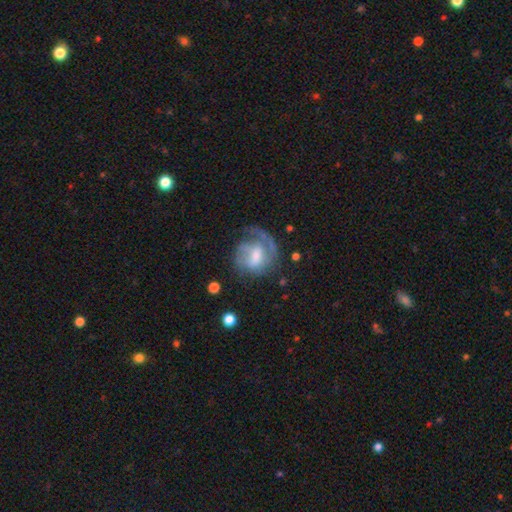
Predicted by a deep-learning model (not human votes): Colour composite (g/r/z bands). It shows a featured or disk galaxy (68%) with a weak bar (48%), 1 (49%) tight (42%) spiral arms (82%) and a moderate central bulge (47%). Merging: none (49%).